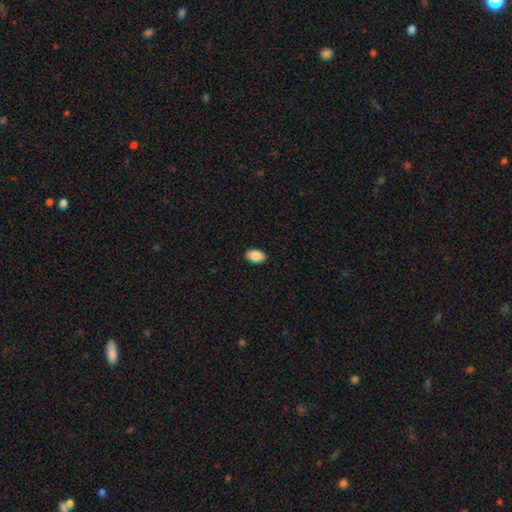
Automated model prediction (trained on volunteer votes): The model was most divided on "smooth or featured": smooth: 89%, star or artifact: 7%, featured or disk: 4%. More confident: how rounded — in between (91%); merging — none (90%).